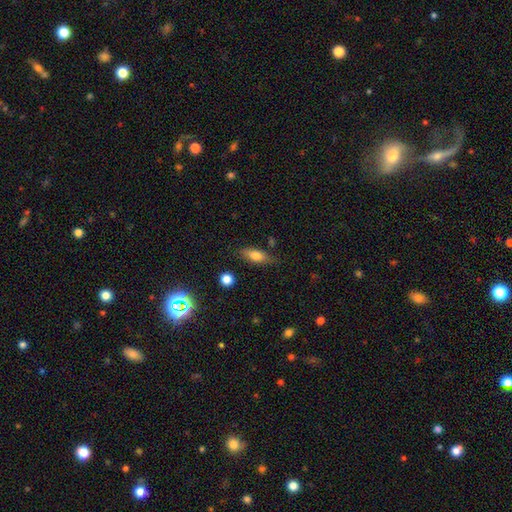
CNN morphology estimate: Smooth or featured? smooth (70%)
How rounded? in between (68%)
Merging? none (76%)